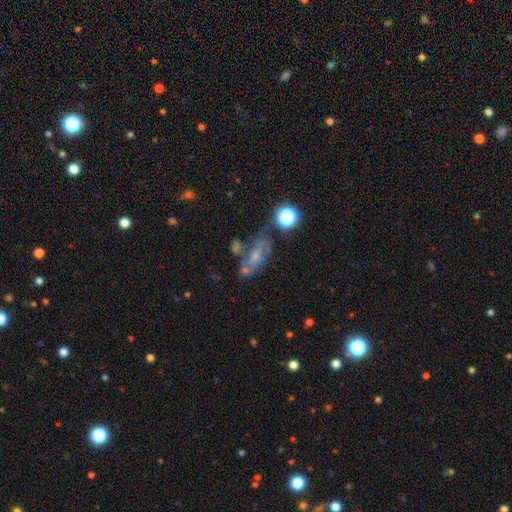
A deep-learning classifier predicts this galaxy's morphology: This is possibly a featured or disk galaxy (53%). It is clearly not viewed edge-on (87%). Merging: possibly none (45%).